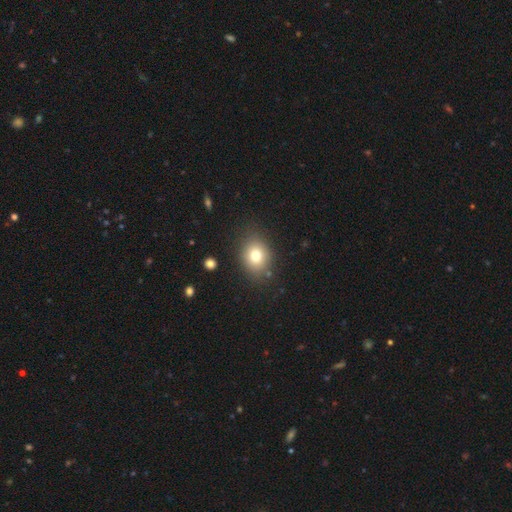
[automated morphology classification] A smooth galaxy with no disk features (77%) that is round (52%).

Vote fractions:
- Smooth or featured? smooth: 77% / star or artifact: 12% / featured or disk: 11%
- How rounded? round: 52% / in between: 47% / cigar-shaped: 1%
- Merging? none: 82% / minor disturbance: 12% / major disturbance: 4% / merger: 2%